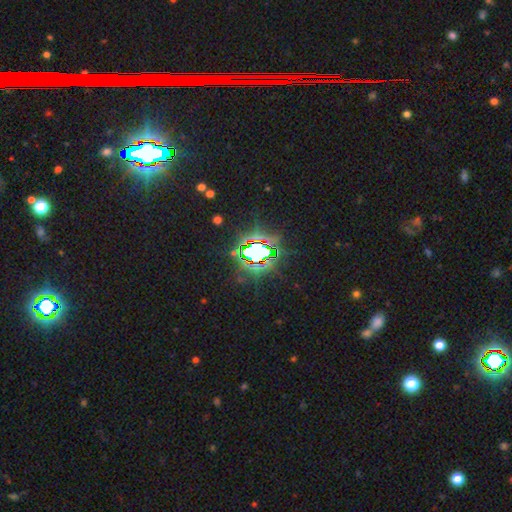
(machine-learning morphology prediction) smooth-or-featured: star or artifact: 79% | smooth: 12% | featured or disk: 9%